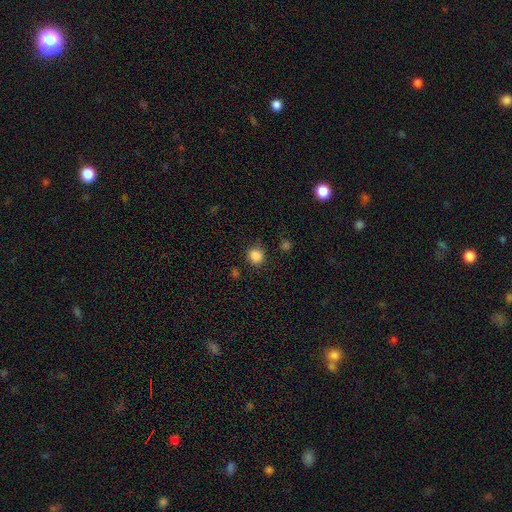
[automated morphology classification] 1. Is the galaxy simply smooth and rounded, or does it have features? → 85% smooth, 11% star or artifact, 3% featured or disk.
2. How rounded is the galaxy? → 88% round, 11% in between, 1% cigar-shaped.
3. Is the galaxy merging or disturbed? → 83% none, 11% minor disturbance, 3% major disturbance, 3% merger.